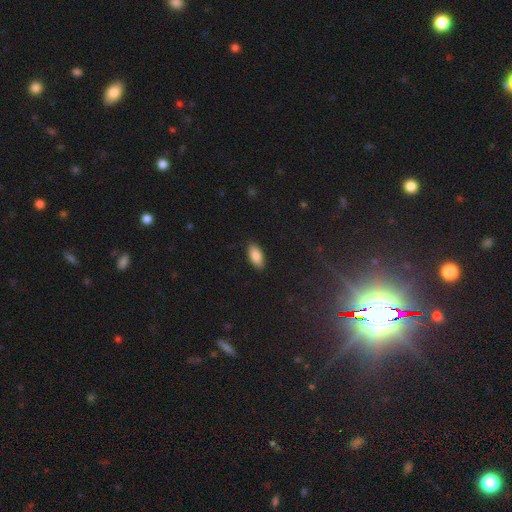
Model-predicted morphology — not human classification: smooth 88%, star or artifact 7%, featured or disk 6%. Down the decision tree: how rounded — in between (90%); merging — none (89%).